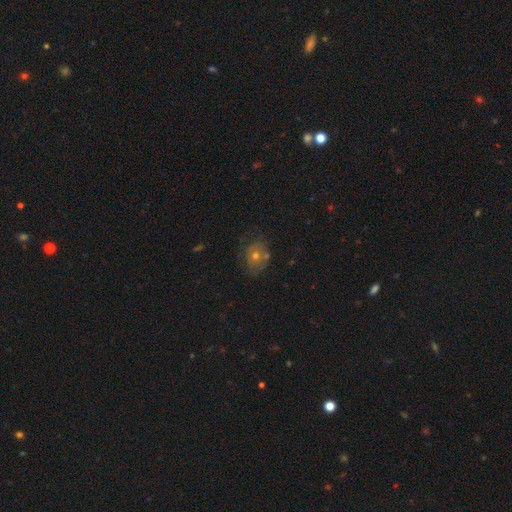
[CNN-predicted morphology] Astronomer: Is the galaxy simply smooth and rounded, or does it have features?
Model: featured or disk — 42% (runner-up: smooth, 40%).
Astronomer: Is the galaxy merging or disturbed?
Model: none — 66%.